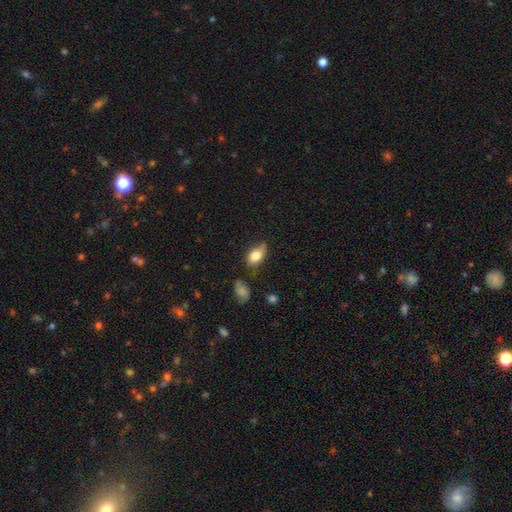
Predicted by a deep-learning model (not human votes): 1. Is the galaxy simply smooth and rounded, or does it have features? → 75% smooth, 17% featured or disk, 8% star or artifact.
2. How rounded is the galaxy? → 87% in between, 9% round, 4% cigar-shaped.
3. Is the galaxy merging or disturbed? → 50% none, 36% minor disturbance, 10% major disturbance, 4% merger.